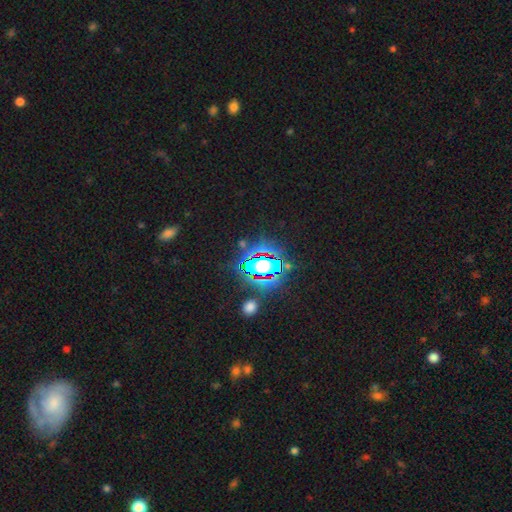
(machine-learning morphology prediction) This is likely a star or artifact rather than a galaxy (78%).